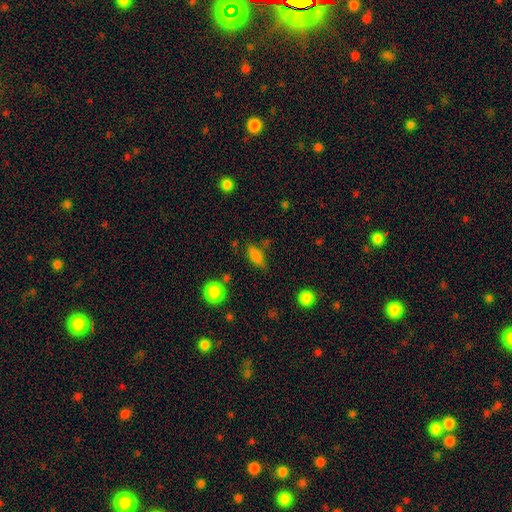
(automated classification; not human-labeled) smooth-or-featured: smooth: 80% | star or artifact: 10% | featured or disk: 9%
  how-rounded: in between: 75% | cigar-shaped: 19% | round: 6%
  merging: none: 69% | minor disturbance: 20% | major disturbance: 6% | merger: 5%